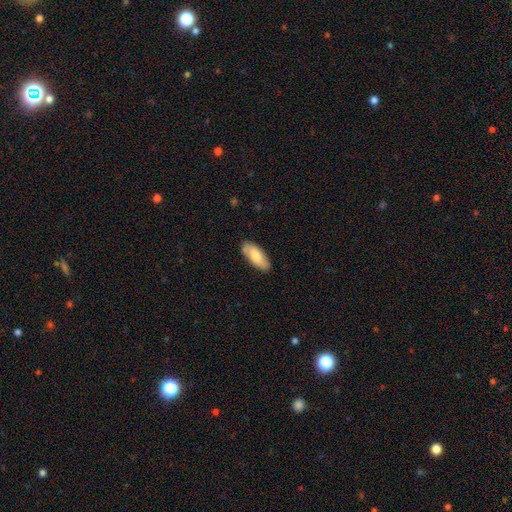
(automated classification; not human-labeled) Smooth or featured? smooth (73%)
How rounded? in between (83%)
Merging? none (83%)